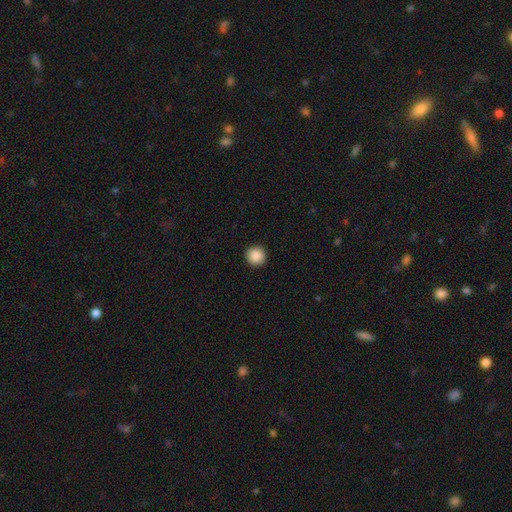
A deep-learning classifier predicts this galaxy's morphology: smooth-or-featured: smooth: 89% | star or artifact: 8% | featured or disk: 3%
  how-rounded: round: 95% | in between: 4% | cigar-shaped: 1%
  merging: none: 93% | minor disturbance: 5% | major disturbance: 2% | merger: 1%